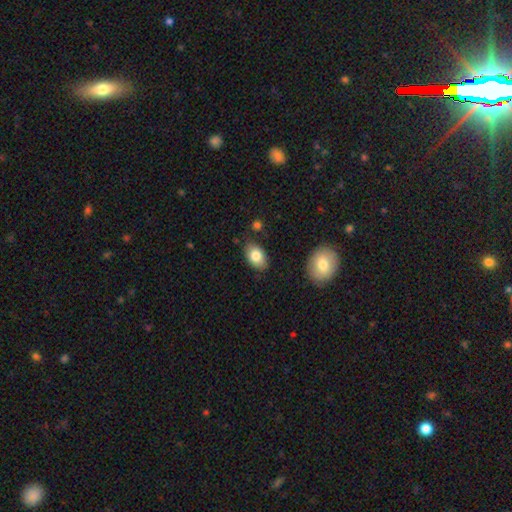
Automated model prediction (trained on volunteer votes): Overall: smooth (82%). How rounded: in between (90%). Merging: none (82%).